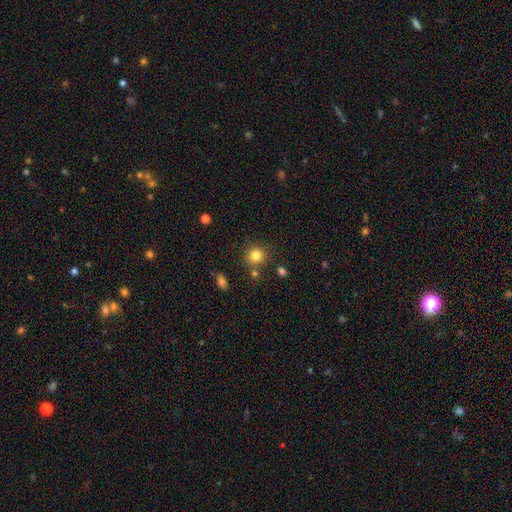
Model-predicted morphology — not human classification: Smooth or featured? Predicted: smooth (p=0.83). How rounded? Predicted: round (p=0.88). Merging? Predicted: none (p=0.79).